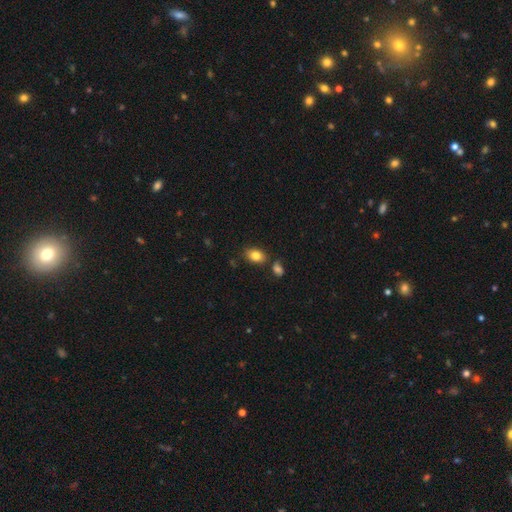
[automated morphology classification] A smooth galaxy with no disk features (83%) that is in between round and cigar-shaped (84%).

Vote fractions:
- Smooth or featured? smooth: 83% / star or artifact: 9% / featured or disk: 8%
- How rounded? in between: 84% / round: 15% / cigar-shaped: 2%
- Merging? none: 76% / minor disturbance: 12% / merger: 9% / major disturbance: 3%